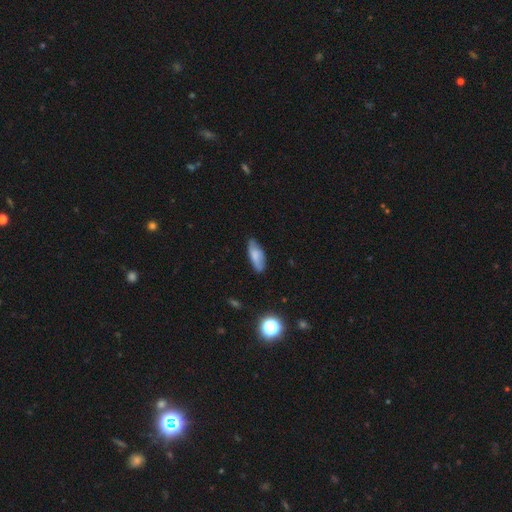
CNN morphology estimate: Smooth or featured? smooth (73%)
How rounded? in between (73%)
Merging? none (72%)